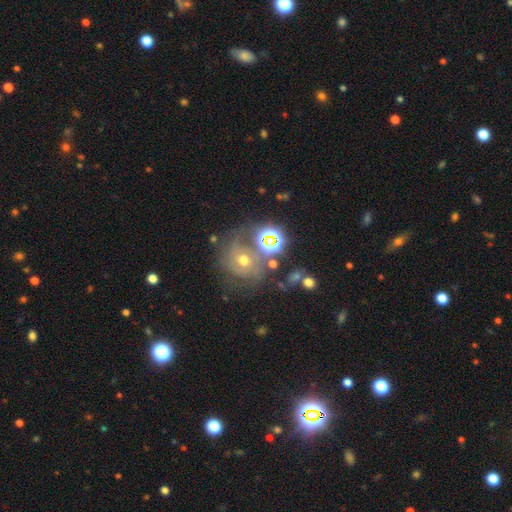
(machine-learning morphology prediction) Smooth or featured? Predicted: star or artifact (p=0.52).